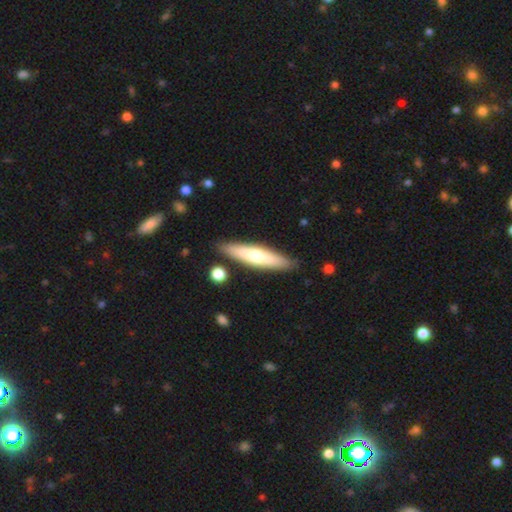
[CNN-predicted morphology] This is possibly a smooth galaxy (55%). How rounded: likely cigar-shaped (78%). Merging: clearly none (87%).